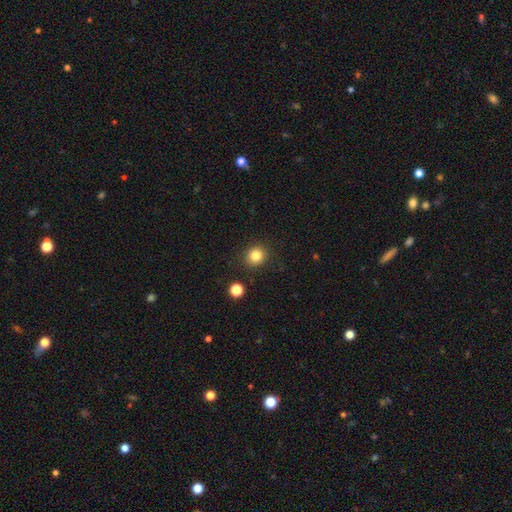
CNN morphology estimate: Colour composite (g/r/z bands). It shows a smooth galaxy with no disk features (83%) that is round (82%). Merging: none (88%).